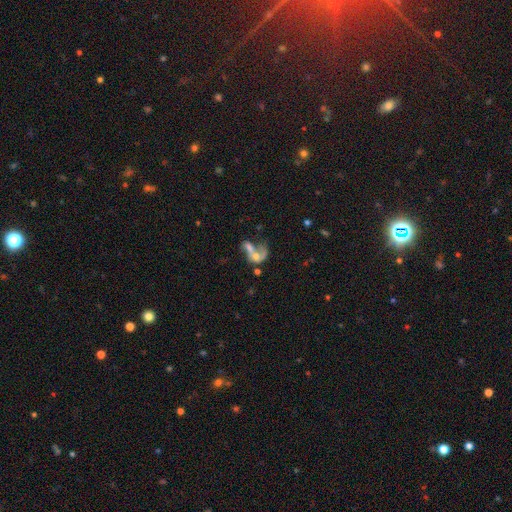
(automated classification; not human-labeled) Morphology: type=featured or disk (52%); edge-on=no (96%); merging=merger (64%).